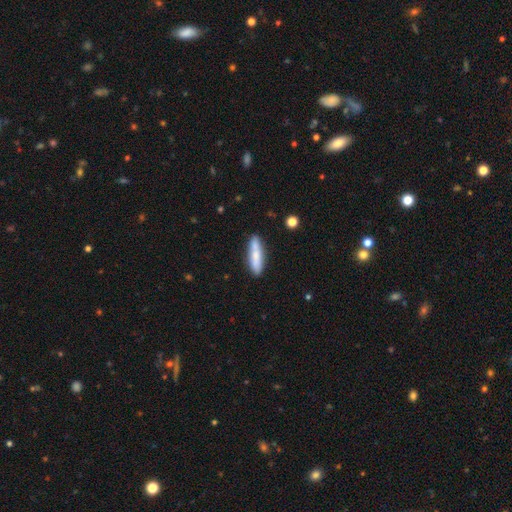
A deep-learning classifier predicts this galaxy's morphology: smooth-or-featured: smooth: 72% | featured or disk: 22% | star or artifact: 6%
  how-rounded: cigar-shaped: 74% | in between: 25% | round: 2%
  merging: none: 81% | minor disturbance: 12% | merger: 4% | major disturbance: 2%